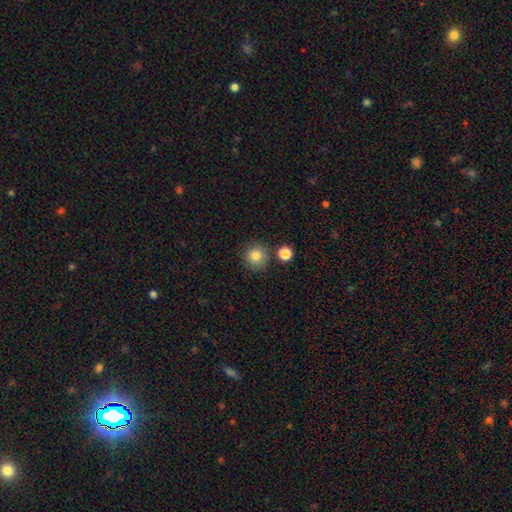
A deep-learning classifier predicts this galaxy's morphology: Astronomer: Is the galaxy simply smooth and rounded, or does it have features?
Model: smooth — 83%.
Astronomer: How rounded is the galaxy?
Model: round — 93%.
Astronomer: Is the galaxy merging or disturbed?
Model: none — 82%.